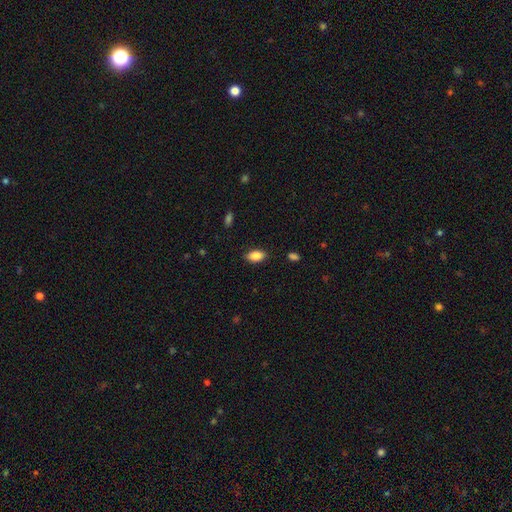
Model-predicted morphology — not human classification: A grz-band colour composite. It shows a smooth galaxy with no disk features (87%) that is in between round and cigar-shaped (92%). Merging: none (86%).